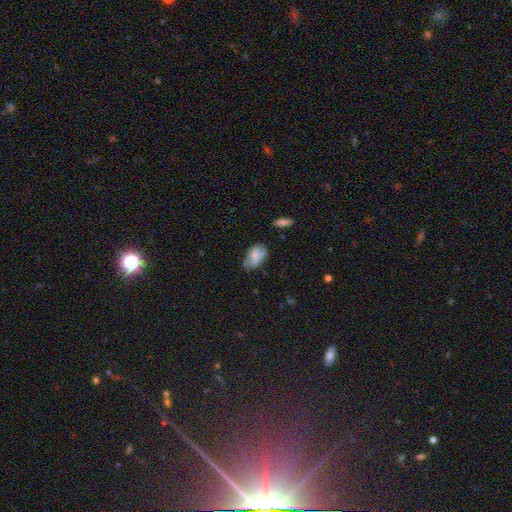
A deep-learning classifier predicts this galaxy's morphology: Smooth or featured? Predicted: smooth (p=0.66). How rounded? Predicted: in between (p=0.91). Merging? Predicted: none (p=0.52).